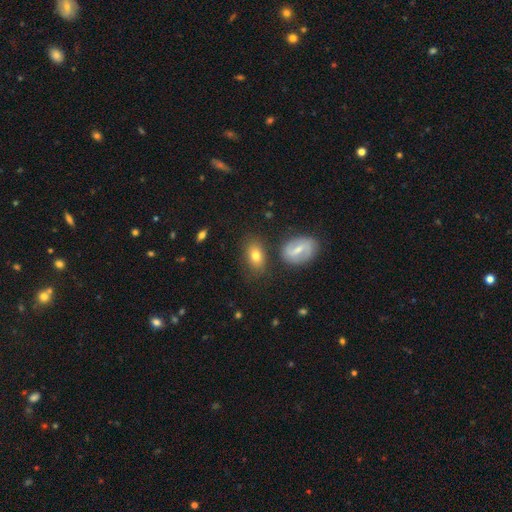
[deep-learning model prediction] smooth-or-featured: smooth: 70% | featured or disk: 21% | star or artifact: 9%
  how-rounded: in between: 82% | round: 16% | cigar-shaped: 2%
  merging: none: 74% | minor disturbance: 14% | merger: 8% | major disturbance: 4%